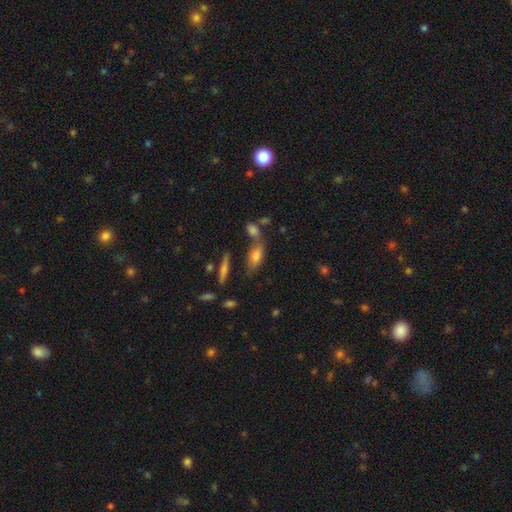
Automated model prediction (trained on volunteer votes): smooth 68%, featured or disk 21%, star or artifact 11%. Down the decision tree: how rounded — in between (78%); merging — none (53%).